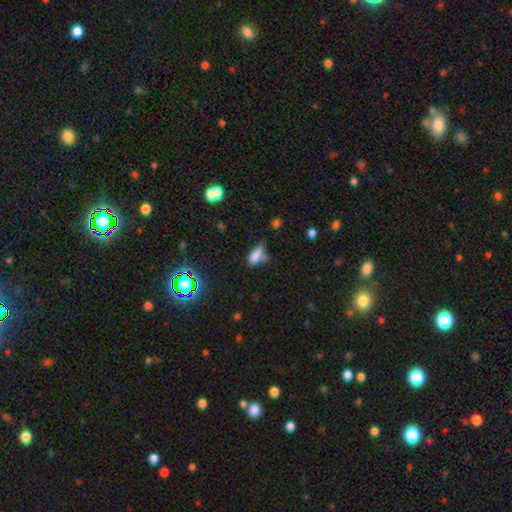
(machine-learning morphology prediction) type=smooth (75%); roundness=in between (83%); merging=none (45%).